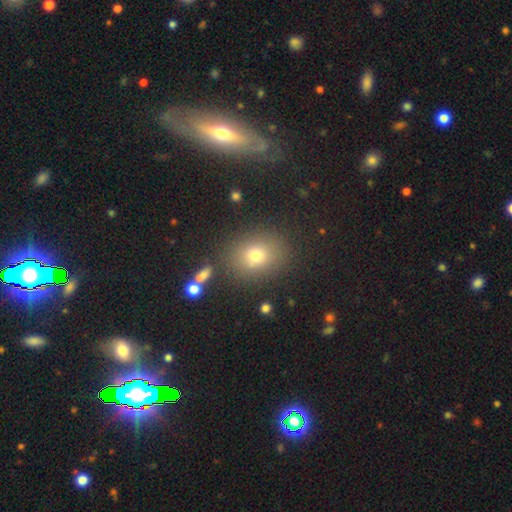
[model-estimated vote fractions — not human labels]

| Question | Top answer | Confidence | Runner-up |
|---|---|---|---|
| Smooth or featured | smooth | 72% | star or artifact (17%) |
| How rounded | round | 51% | in between (47%) |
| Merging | none | 81% | minor disturbance (10%) |